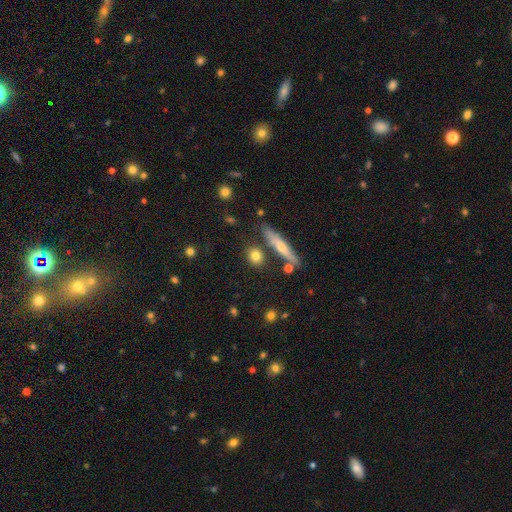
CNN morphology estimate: Smooth or featured: smooth — 77% (featured or disk — 14%)
How rounded: round — 60% (in between — 24%)
Merging: none — 76% (minor disturbance — 11%)